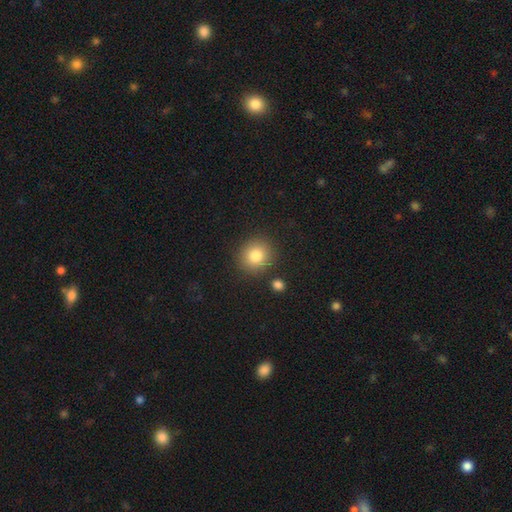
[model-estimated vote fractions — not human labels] smooth_or_featured: smooth (p=0.84) [alt: star or artifact p=0.10]
how_rounded: round (p=0.87) [alt: in between p=0.12]
merging: none (p=0.86) [alt: minor disturbance p=0.08]